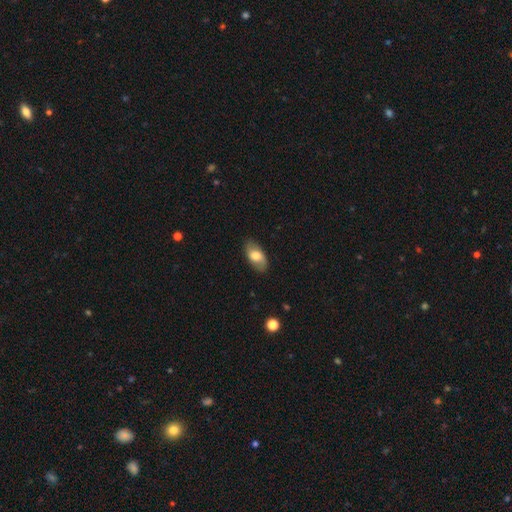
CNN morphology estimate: smooth_or_featured: smooth (p=0.65) [alt: featured or disk p=0.28]
how_rounded: in between (p=0.92) [alt: round p=0.04]
merging: none (p=0.84) [alt: minor disturbance p=0.12]